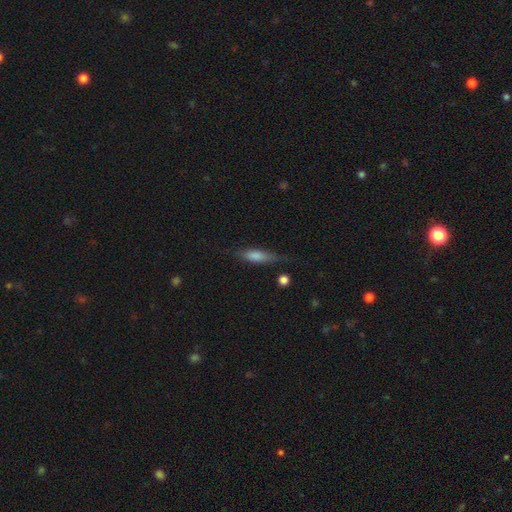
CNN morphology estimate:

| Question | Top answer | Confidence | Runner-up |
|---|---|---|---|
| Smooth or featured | smooth | 60% | featured or disk (31%) |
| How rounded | cigar-shaped | 61% | in between (36%) |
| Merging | none | 68% | minor disturbance (22%) |